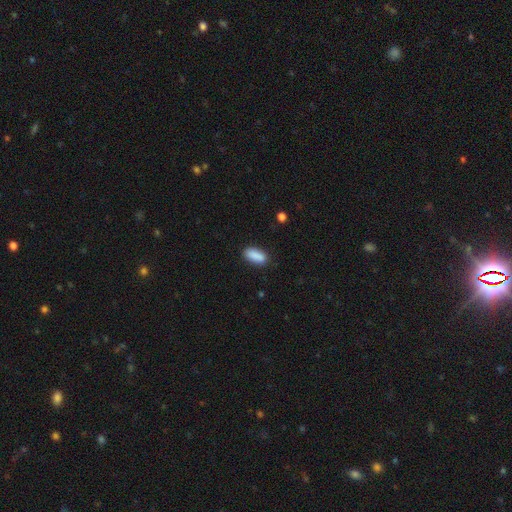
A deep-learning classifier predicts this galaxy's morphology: Overall: smooth (89%). How rounded: in between (83%). Merging: none (85%).